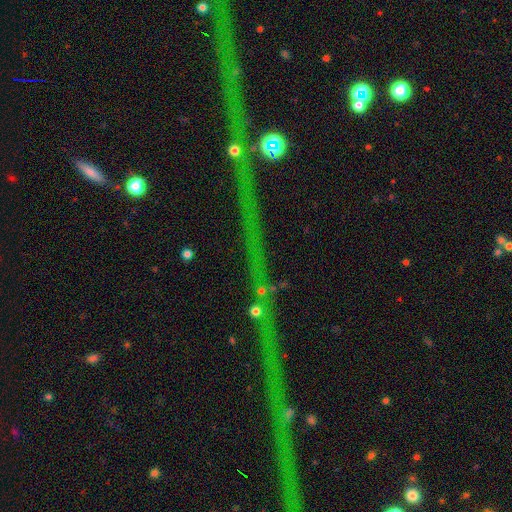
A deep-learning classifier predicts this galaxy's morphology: Overall: star or artifact (65%).